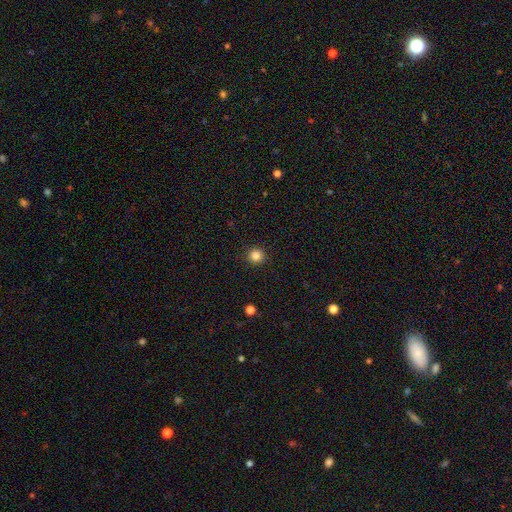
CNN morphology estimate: This appears to be a smooth galaxy with no disk features (84%) that is round (94%). Merging: none (92%).